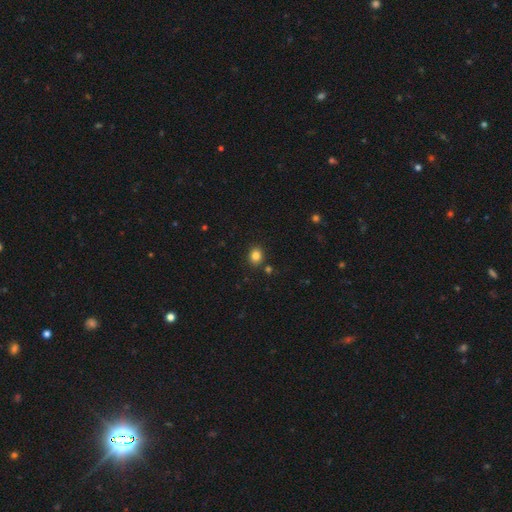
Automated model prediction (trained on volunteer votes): This appears to be a smooth galaxy with no disk features (84%) that is round (61%). Merging: none (85%).